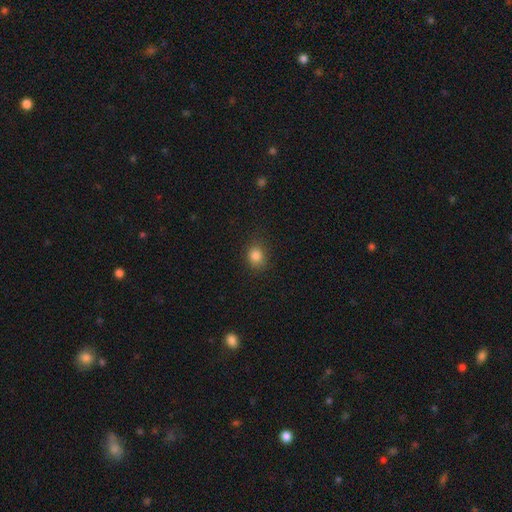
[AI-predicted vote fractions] Smooth or featured?
  - smooth: 84% *
  - star or artifact: 12%
  - featured or disk: 5%
How rounded?
  - round: 64% *
  - in between: 35%
  - cigar-shaped: 1%
Merging?
  - none: 81% *
  - minor disturbance: 14%
  - major disturbance: 4%
  - merger: 1%